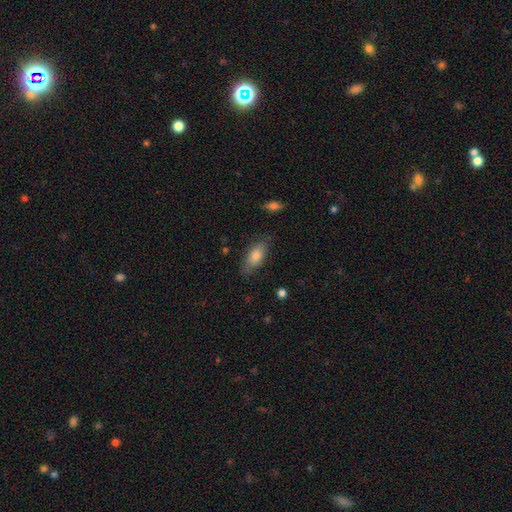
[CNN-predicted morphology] Smooth or featured?
  - smooth: 76% *
  - featured or disk: 17%
  - star or artifact: 7%
How rounded?
  - in between: 80% *
  - cigar-shaped: 17%
  - round: 3%
Merging?
  - none: 77% *
  - minor disturbance: 18%
  - major disturbance: 4%
  - merger: 2%